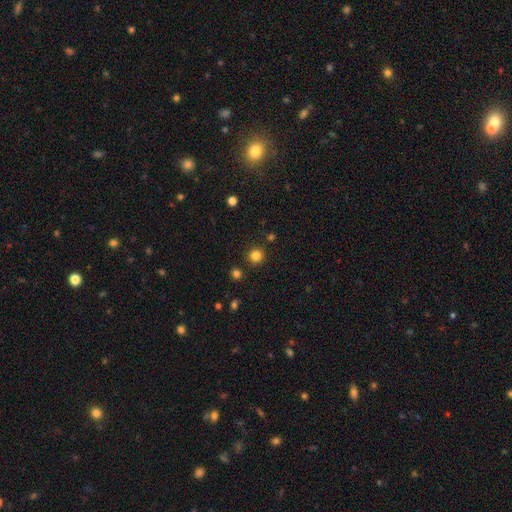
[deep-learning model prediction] Smooth or featured? Predicted: smooth (p=0.82). How rounded? Predicted: round (p=0.94). Merging? Predicted: none (p=0.90).